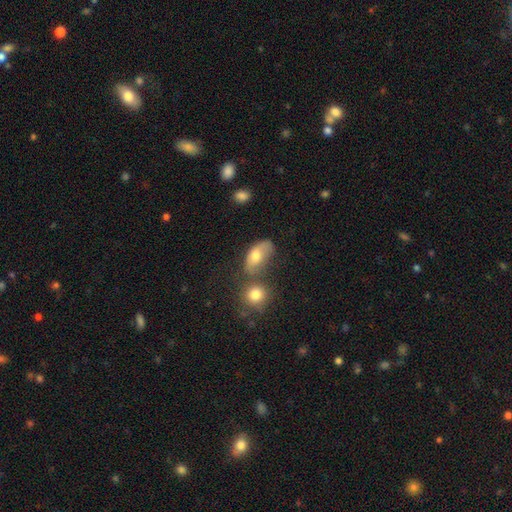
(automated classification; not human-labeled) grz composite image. It shows a smooth galaxy with no disk features (68%) that is in between round and cigar-shaped (85%). Merging: none (36%).